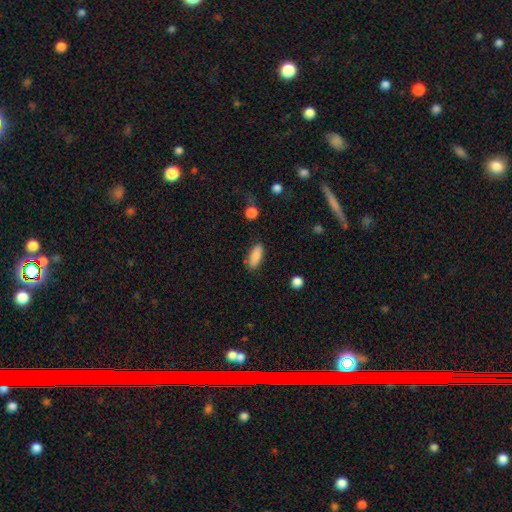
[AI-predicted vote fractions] Overall: smooth (86%). How rounded: in between (76%). Merging: none (85%).